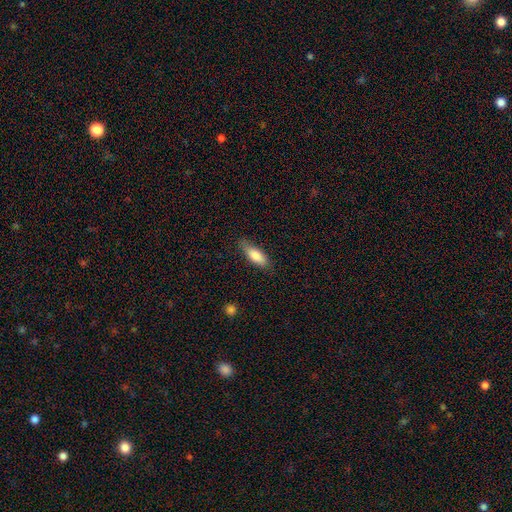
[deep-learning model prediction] Smooth or featured? smooth (80%)
How rounded? in between (66%)
Merging? none (75%)